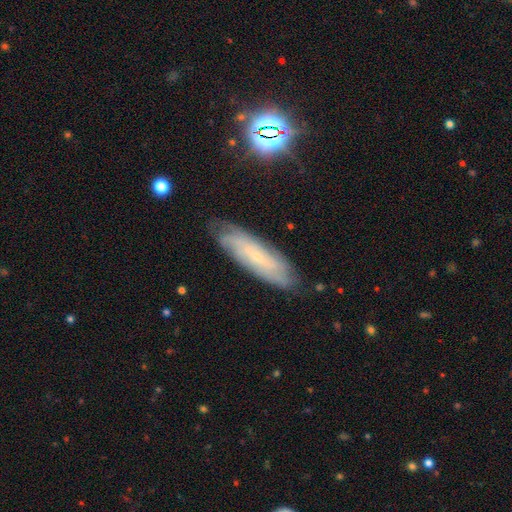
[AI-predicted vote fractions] smooth-or-featured: featured or disk: 63% | smooth: 28% | star or artifact: 9%
  disk-edge-on: no: 76% | yes: 24%
  merging: none: 77% | minor disturbance: 18% | major disturbance: 4% | merger: 1%